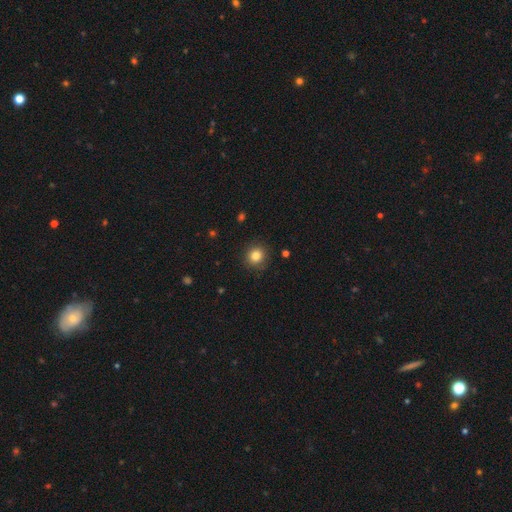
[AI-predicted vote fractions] This is clearly a smooth galaxy (83%). How rounded: clearly round (90%). Merging: clearly none (88%).